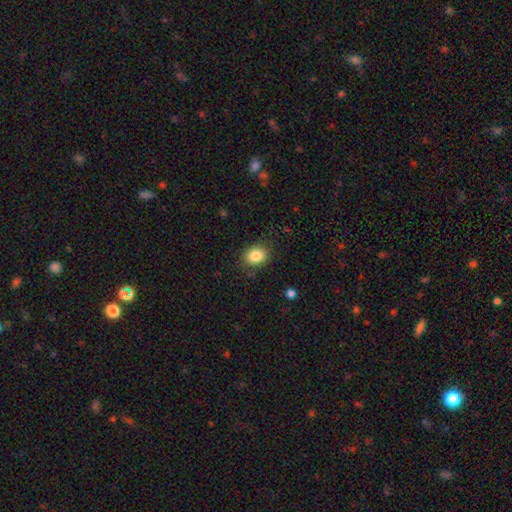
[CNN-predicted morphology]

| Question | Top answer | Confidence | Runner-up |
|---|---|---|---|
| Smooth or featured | smooth | 84% | star or artifact (9%) |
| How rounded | in between | 52% | round (47%) |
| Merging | none | 81% | minor disturbance (14%) |